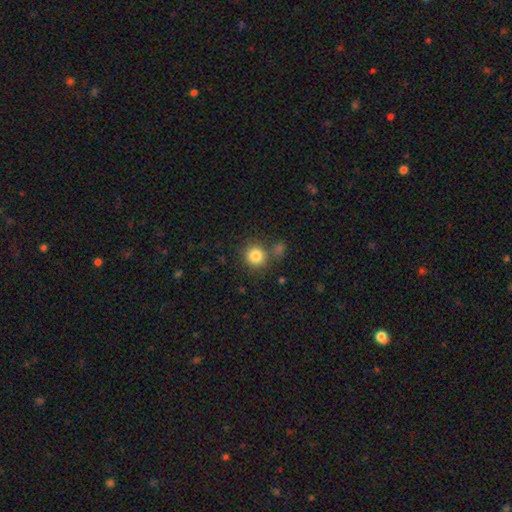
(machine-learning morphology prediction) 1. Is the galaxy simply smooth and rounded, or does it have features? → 83% smooth, 11% star or artifact, 6% featured or disk.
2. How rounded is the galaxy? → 91% round, 8% in between, 1% cigar-shaped.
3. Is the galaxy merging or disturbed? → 76% none, 10% merger, 10% minor disturbance, 4% major disturbance.